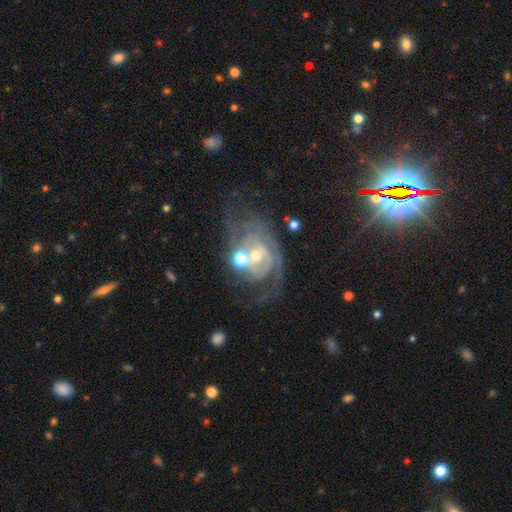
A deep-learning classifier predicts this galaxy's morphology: A featured or disk galaxy (83%) with no bar (62%), 2 (42%) tight (50%) spiral arms (91%) and a moderate central bulge (48%). Merging: none (41%).